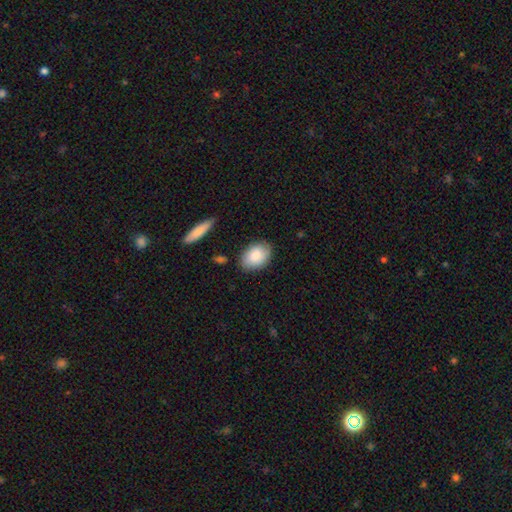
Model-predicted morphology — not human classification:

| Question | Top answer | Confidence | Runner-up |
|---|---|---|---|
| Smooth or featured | smooth | 84% | featured or disk (10%) |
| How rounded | in between | 80% | round (19%) |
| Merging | none | 81% | minor disturbance (14%) |